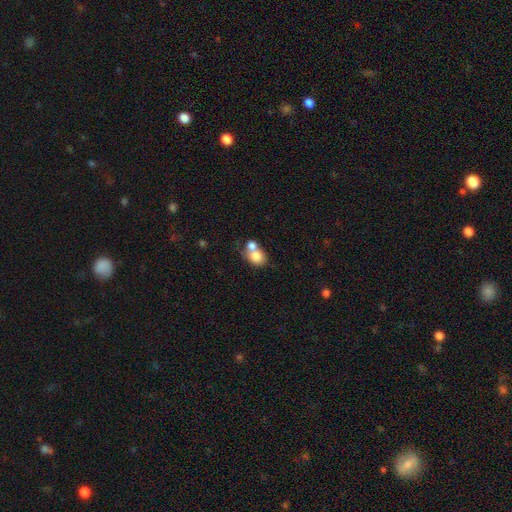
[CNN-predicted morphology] Smooth or featured: smooth — 77% (featured or disk — 14%)
How rounded: round — 52% (in between — 46%)
Merging: merger — 58% (none — 29%)